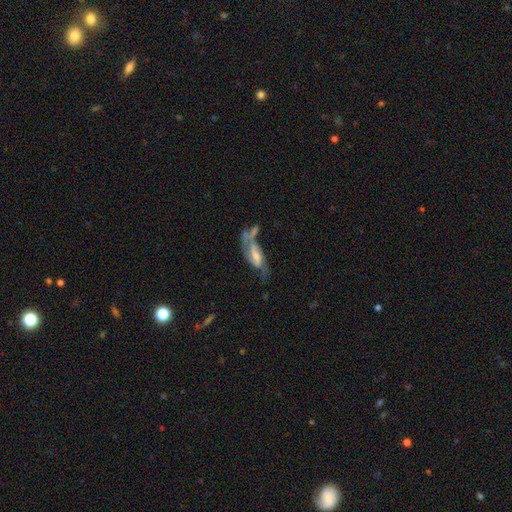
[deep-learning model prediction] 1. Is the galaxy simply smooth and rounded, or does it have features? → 71% featured or disk, 20% smooth, 9% star or artifact.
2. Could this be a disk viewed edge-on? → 87% no, 13% yes.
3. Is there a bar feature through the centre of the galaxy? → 43% weak, 38% no, 20% strong.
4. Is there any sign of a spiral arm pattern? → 81% yes, 19% no.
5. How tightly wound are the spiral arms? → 40% loose (tied), 40% medium (tied), 20% tight.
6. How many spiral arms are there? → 64% 2, 16% can't tell, 15% 1, 2% 3, 1% 4, 1% more than 4.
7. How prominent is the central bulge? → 40% small (tied), 40% moderate (tied), 12% none, 7% large, 2% dominant.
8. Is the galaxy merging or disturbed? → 30% none, 28% major disturbance, 23% merger, 19% minor disturbance.